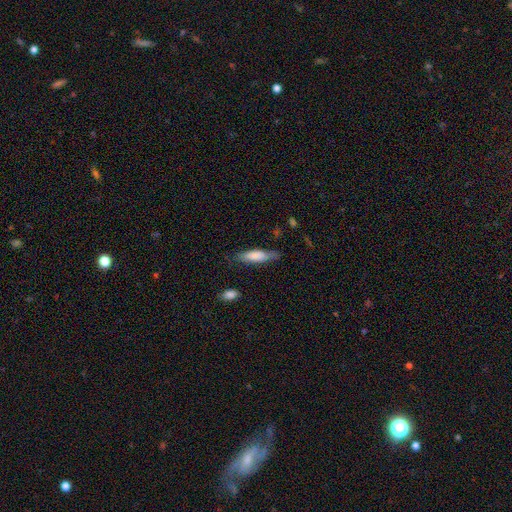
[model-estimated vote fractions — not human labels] The model was most divided on "how rounded": cigar-shaped: 64%, in between: 34%, round: 2%. More confident: smooth or featured — smooth (75%); merging — none (73%).